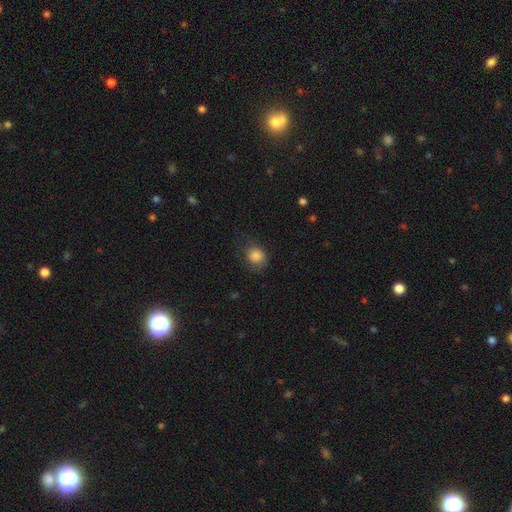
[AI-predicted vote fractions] Smooth or featured?
  - smooth: 86% *
  - star or artifact: 9%
  - featured or disk: 5%
How rounded?
  - round: 71% *
  - in between: 28%
  - cigar-shaped: 1%
Merging?
  - none: 67% *
  - minor disturbance: 23%
  - major disturbance: 9%
  - merger: 1%